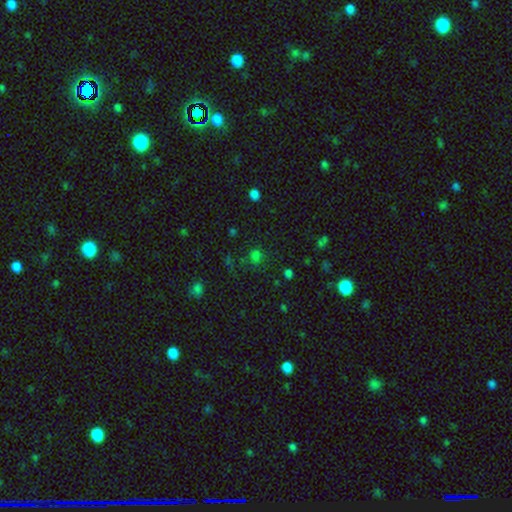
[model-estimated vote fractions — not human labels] Overall: smooth (62%; star or artifact 32%). How rounded: round (69%). Merging: none (69%).